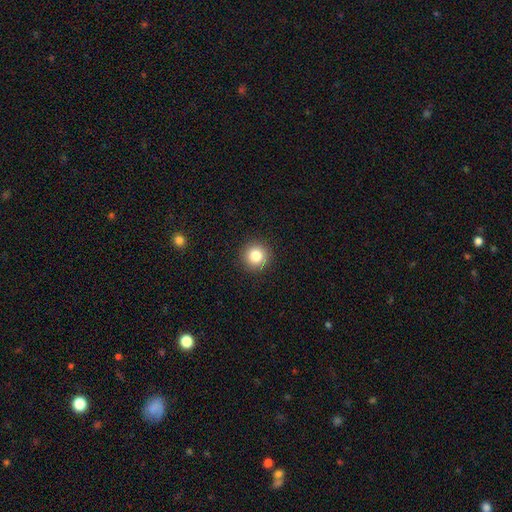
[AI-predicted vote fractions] Smooth or featured? smooth (83%)
How rounded? round (95%)
Merging? none (92%)